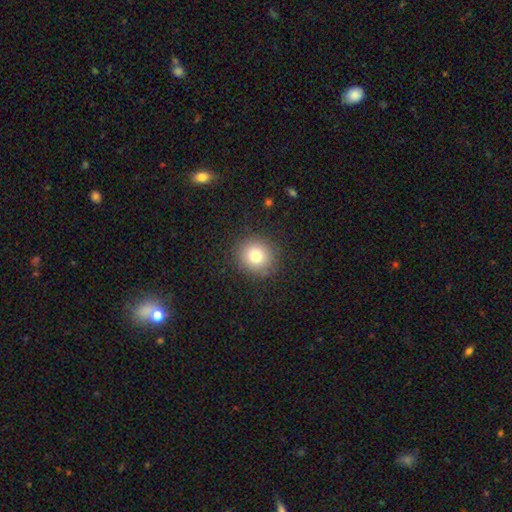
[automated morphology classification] smooth-or-featured: smooth: 79% | star or artifact: 12% | featured or disk: 9%
  how-rounded: round: 90% | in between: 9% | cigar-shaped: 1%
  merging: none: 89% | minor disturbance: 7% | major disturbance: 3% | merger: 1%